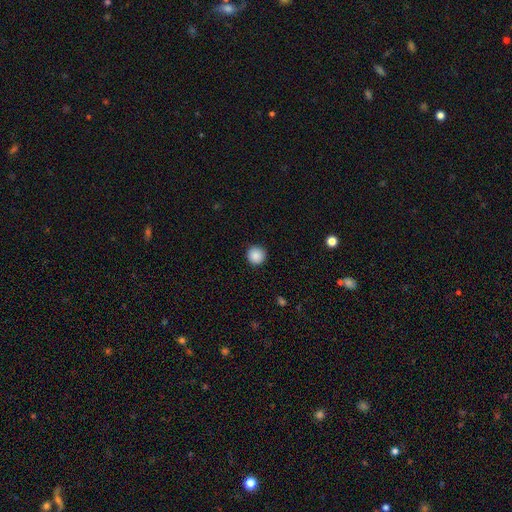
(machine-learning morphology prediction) Q: Smooth or featured?
A: smooth (88%); runner-up: star or artifact (9%)
Q: How rounded?
A: round (96%); runner-up: in between (3%)
Q: Merging?
A: none (92%); runner-up: minor disturbance (5%)